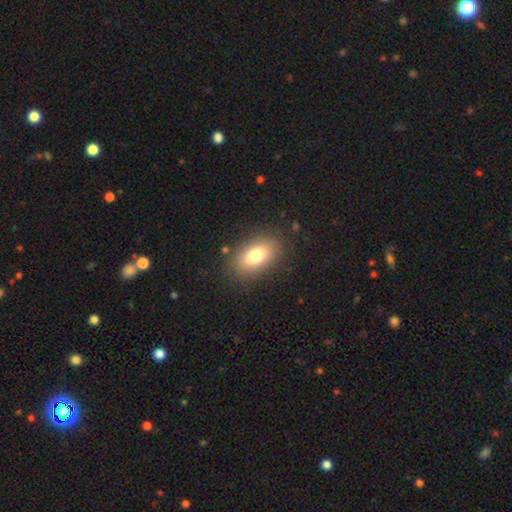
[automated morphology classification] Q: Smooth or featured?
A: smooth (76%); runner-up: featured or disk (14%)
Q: How rounded?
A: in between (87%); runner-up: round (10%)
Q: Merging?
A: none (85%); runner-up: minor disturbance (10%)